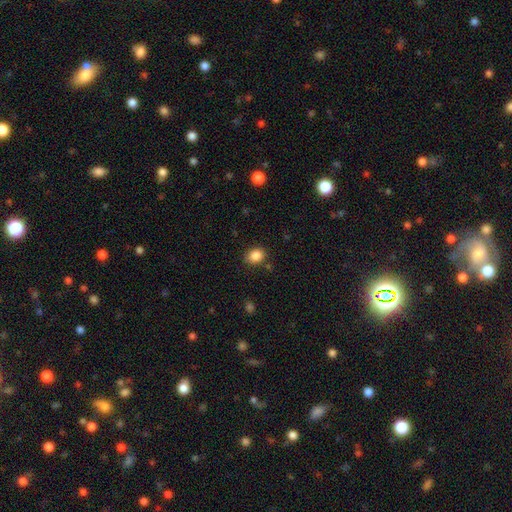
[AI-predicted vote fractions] smooth-or-featured: smooth: 86% | star or artifact: 10% | featured or disk: 5%
  how-rounded: in between: 53% | round: 46% | cigar-shaped: 1%
  merging: none: 82% | minor disturbance: 12% | major disturbance: 3% | merger: 3%